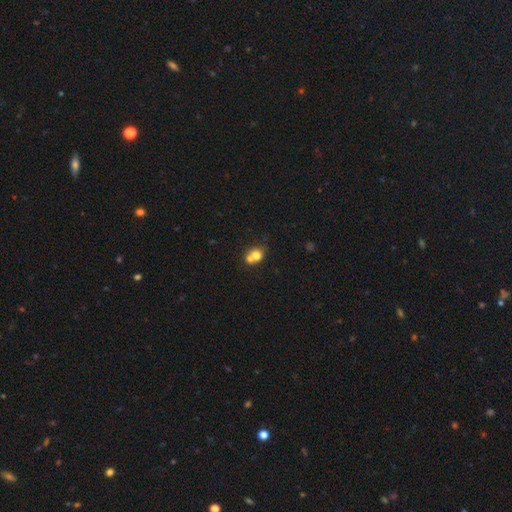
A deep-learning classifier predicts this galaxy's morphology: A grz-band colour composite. It shows a smooth galaxy with no disk features (71%) that is round (68%). Merging: merger (58%).